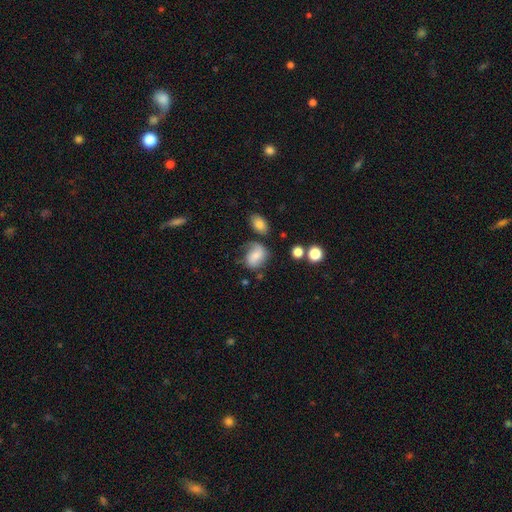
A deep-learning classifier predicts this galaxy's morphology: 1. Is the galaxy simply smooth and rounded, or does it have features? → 65% smooth, 25% featured or disk, 10% star or artifact.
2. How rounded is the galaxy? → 60% in between, 38% round, 1% cigar-shaped.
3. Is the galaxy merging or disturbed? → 49% none, 28% minor disturbance, 15% major disturbance, 8% merger.